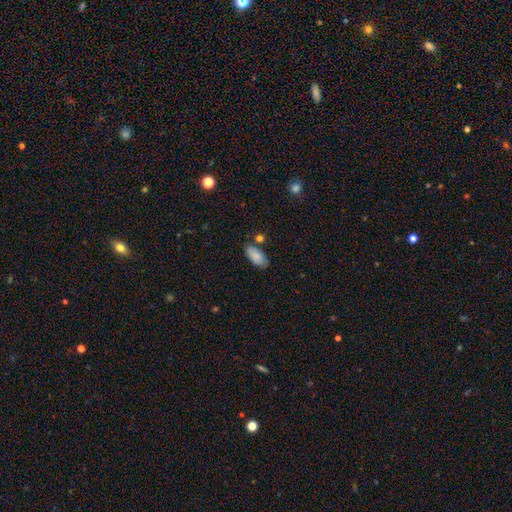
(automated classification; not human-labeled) Smooth or featured? smooth (81%)
How rounded? in between (93%)
Merging? none (74%)